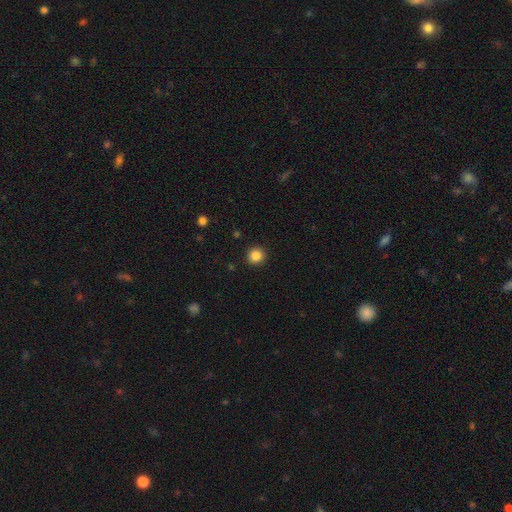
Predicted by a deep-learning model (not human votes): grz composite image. It shows a smooth galaxy with no disk features (85%) that is round (93%). Merging: none (92%).